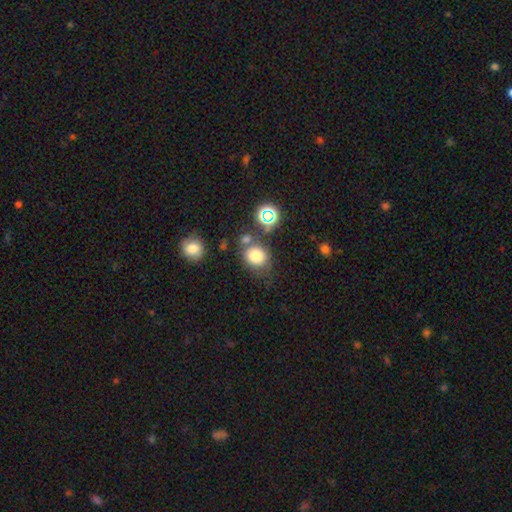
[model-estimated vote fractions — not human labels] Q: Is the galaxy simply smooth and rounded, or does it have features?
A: smooth — 76%.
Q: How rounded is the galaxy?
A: round — 69%.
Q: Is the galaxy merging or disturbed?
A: none — 59%.